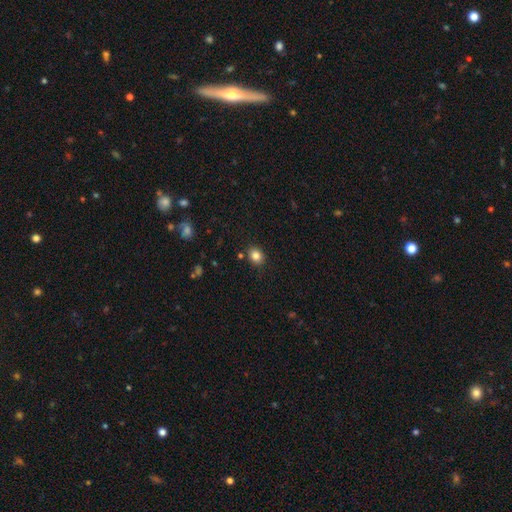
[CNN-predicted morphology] Smooth or featured? smooth (84%)
How rounded? round (56%)
Merging? none (85%)